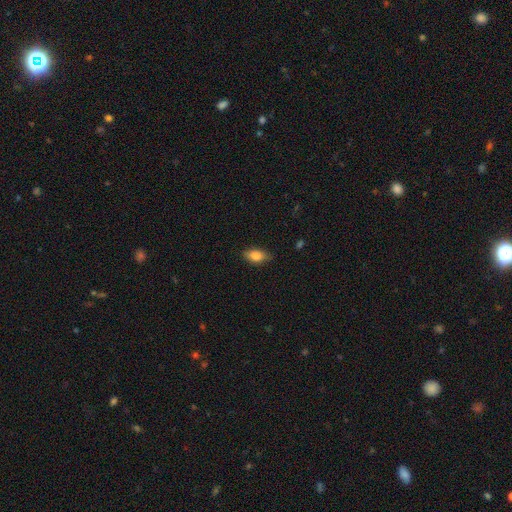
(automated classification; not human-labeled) smooth_or_featured: smooth (p=0.82) [alt: featured or disk p=0.11]
how_rounded: in between (p=0.87) [alt: cigar-shaped p=0.07]
merging: none (p=0.82) [alt: minor disturbance p=0.14]